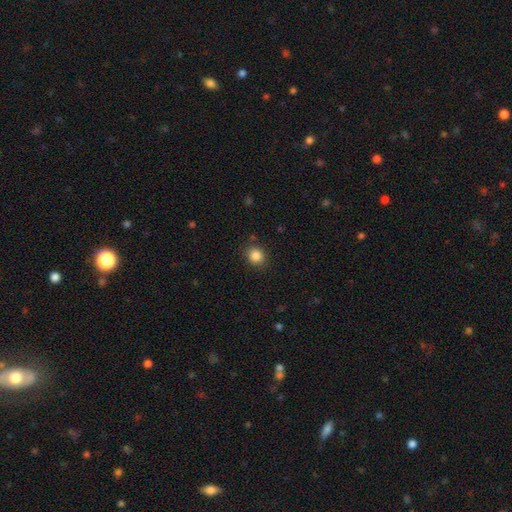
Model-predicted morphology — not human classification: smooth-or-featured: smooth: 85% | star or artifact: 11% | featured or disk: 4%
  how-rounded: round: 79% | in between: 20% | cigar-shaped: 1%
  merging: none: 86% | minor disturbance: 9% | major disturbance: 3% | merger: 2%